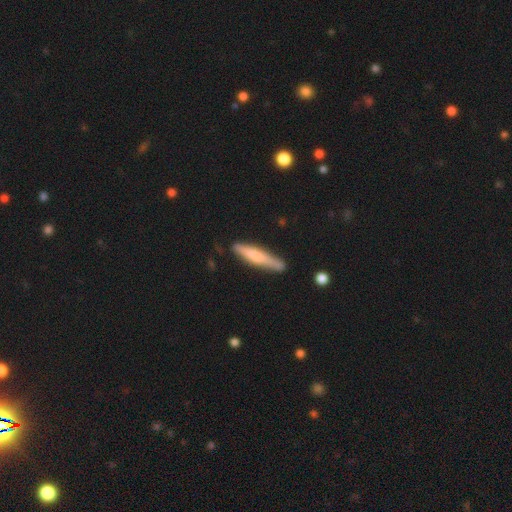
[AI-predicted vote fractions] Smooth or featured?
  - smooth: 62% *
  - featured or disk: 32%
  - star or artifact: 5%
How rounded?
  - cigar-shaped: 91% *
  - in between: 8%
  - round: 1%
Merging?
  - none: 76% *
  - minor disturbance: 18%
  - major disturbance: 3%
  - merger: 3%